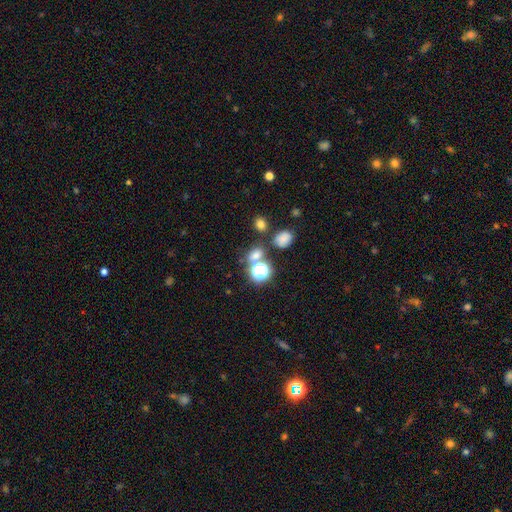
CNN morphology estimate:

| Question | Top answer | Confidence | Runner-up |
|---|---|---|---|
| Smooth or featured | smooth | 61% | star or artifact (31%) |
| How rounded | round | 53% | in between (45%) |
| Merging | none | 66% | merger (20%) |